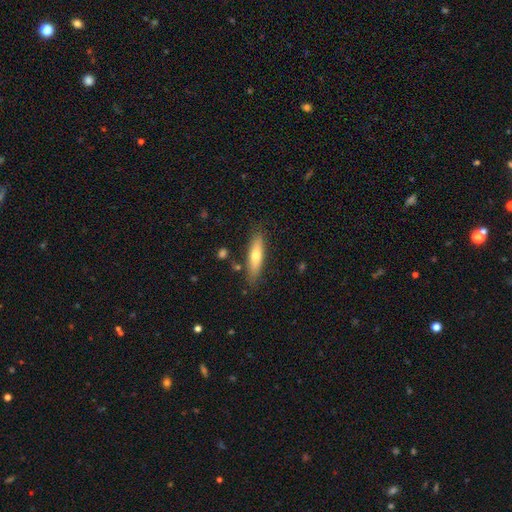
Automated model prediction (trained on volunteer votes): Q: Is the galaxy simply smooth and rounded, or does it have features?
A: smooth — 63%.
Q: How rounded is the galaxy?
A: cigar-shaped — 70%.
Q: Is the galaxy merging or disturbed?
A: none — 83%.